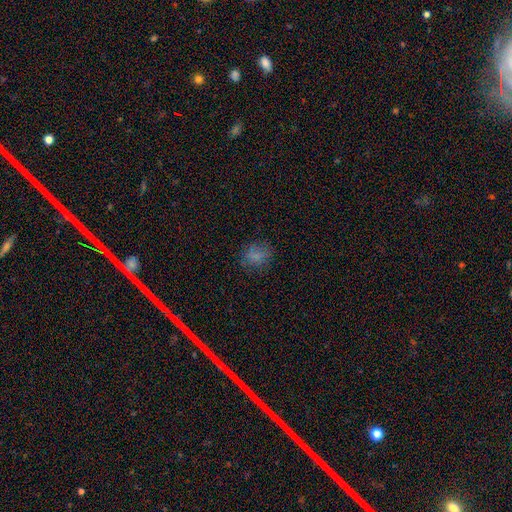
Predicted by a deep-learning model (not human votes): This is likely a smooth galaxy (71%). How rounded: likely round (60%). Merging: likely none (77%).